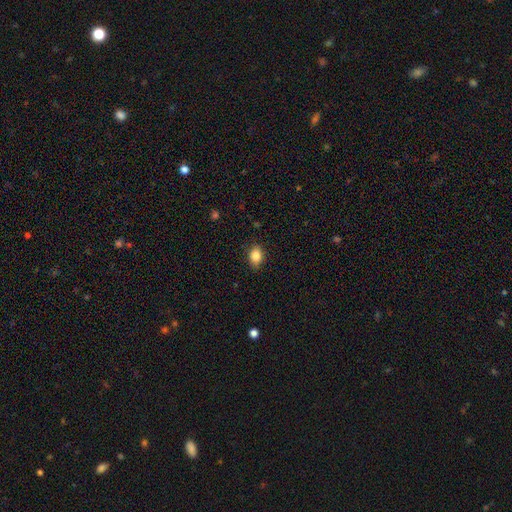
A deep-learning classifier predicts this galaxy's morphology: Smooth or featured? Predicted: smooth (p=0.86). How rounded? Predicted: in between (p=0.75). Merging? Predicted: none (p=0.86).